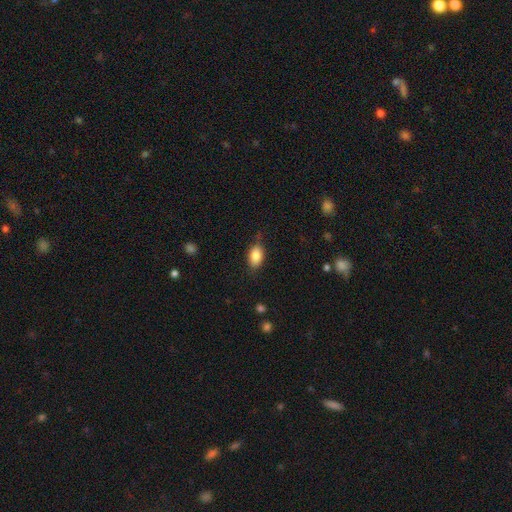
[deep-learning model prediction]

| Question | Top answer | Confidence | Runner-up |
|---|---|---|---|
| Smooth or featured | smooth | 85% | star or artifact (8%) |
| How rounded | in between | 88% | round (10%) |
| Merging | none | 75% | minor disturbance (19%) |